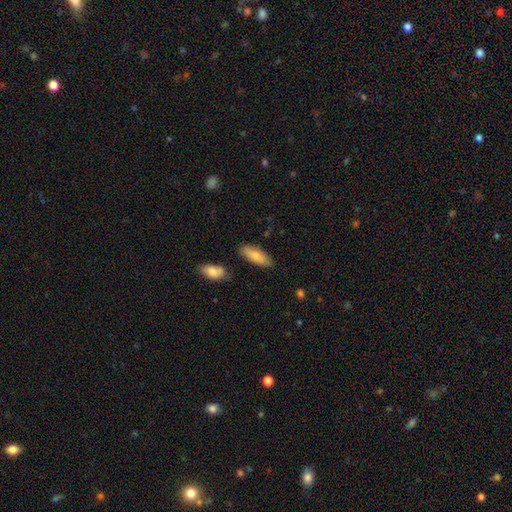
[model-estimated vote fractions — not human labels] This appears to be a smooth galaxy with no disk features (79%) that is in between round and cigar-shaped (72%). Merging: none (82%).